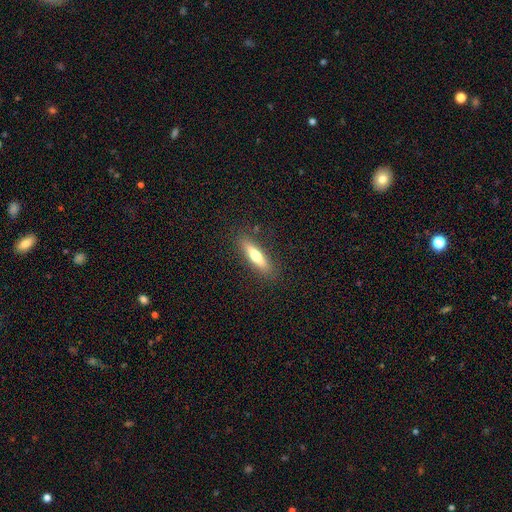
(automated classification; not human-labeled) smooth 59%, featured or disk 35%, star or artifact 7%. Down the decision tree: how rounded — cigar-shaped (74%); merging — none (88%).